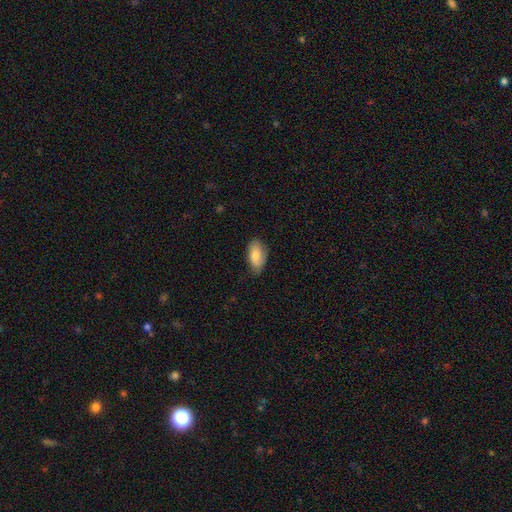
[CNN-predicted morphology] Smooth or featured? smooth (77%)
How rounded? in between (93%)
Merging? none (71%)